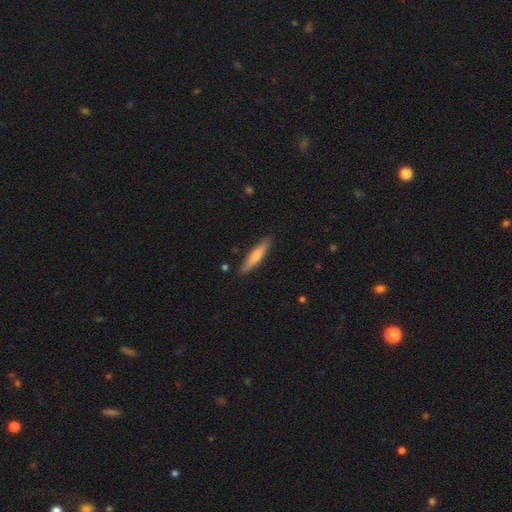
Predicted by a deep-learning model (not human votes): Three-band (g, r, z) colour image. It shows a smooth galaxy with no disk features (55%) that is cigar-shaped (85%). Merging: none (89%).